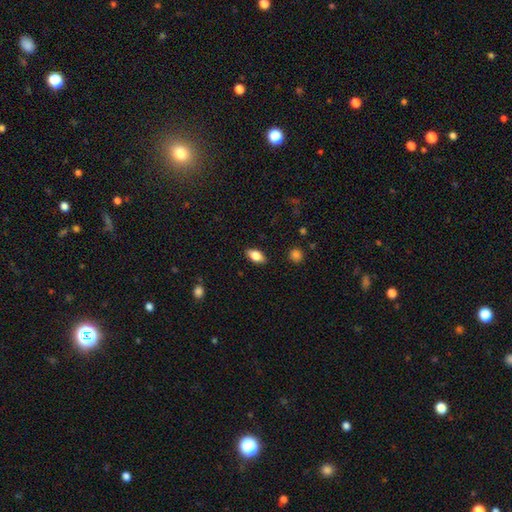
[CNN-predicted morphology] Smooth or featured? smooth (80%)
How rounded? in between (88%)
Merging? none (87%)